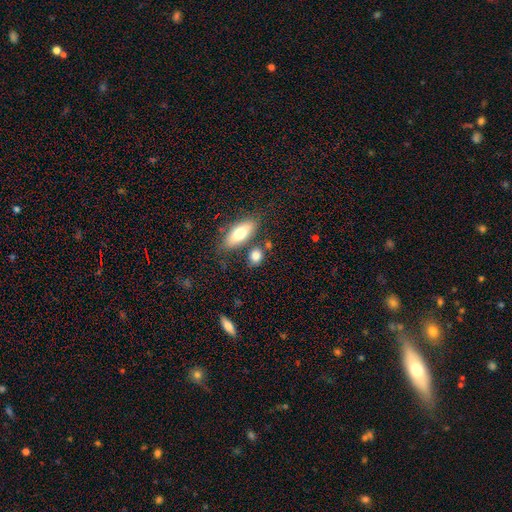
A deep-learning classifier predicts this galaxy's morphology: smooth-or-featured: smooth: 80% | featured or disk: 11% | star or artifact: 9%
  how-rounded: in between: 55% | round: 37% | cigar-shaped: 8%
  merging: none: 70% | merger: 13% | minor disturbance: 13% | major disturbance: 4%